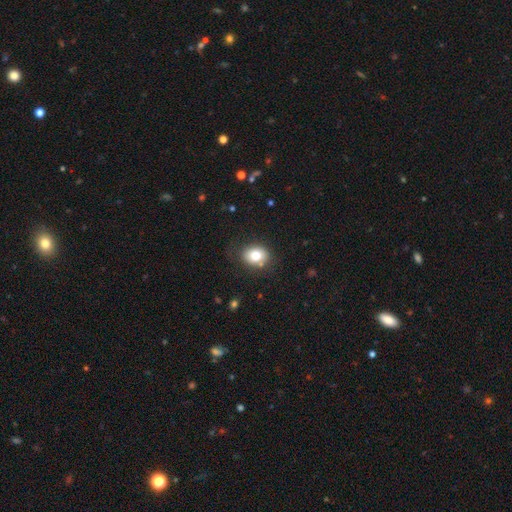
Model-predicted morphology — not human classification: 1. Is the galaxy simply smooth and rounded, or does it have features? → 78% smooth, 12% featured or disk, 10% star or artifact.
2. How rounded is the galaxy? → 52% in between, 47% round, 1% cigar-shaped.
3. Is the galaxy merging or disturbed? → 76% none, 16% minor disturbance, 5% major disturbance, 3% merger.